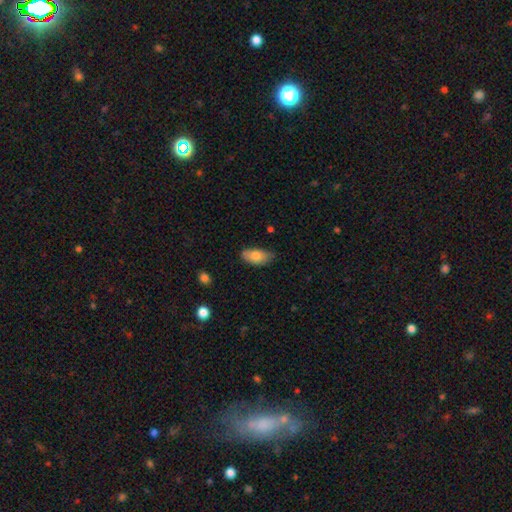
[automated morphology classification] smooth 79%, featured or disk 15%, star or artifact 7%. Down the decision tree: how rounded — in between (92%); merging — none (66%).